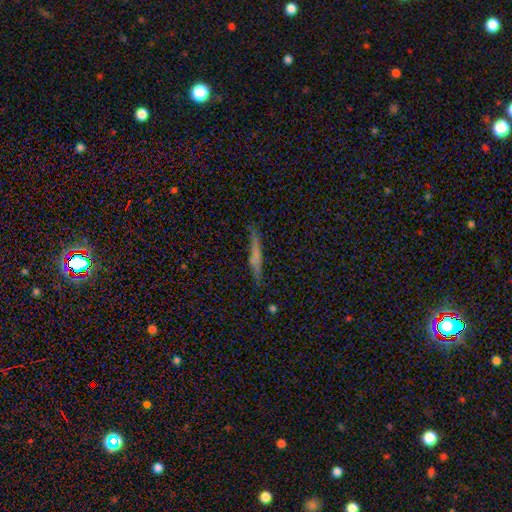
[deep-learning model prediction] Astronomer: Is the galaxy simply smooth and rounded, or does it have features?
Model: smooth — 55% (runner-up: featured or disk, 37%).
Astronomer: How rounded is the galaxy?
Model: cigar-shaped — 94%.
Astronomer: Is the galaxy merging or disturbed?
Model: none — 82%.